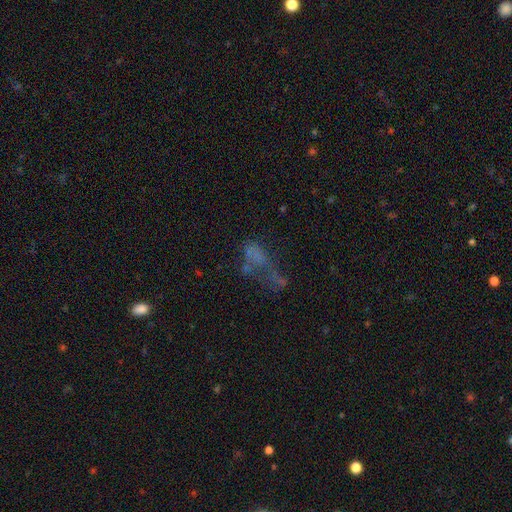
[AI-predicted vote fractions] Smooth or featured?
  - smooth: 41% *
  - featured or disk: 34%
  - star or artifact: 25%
Merging?
  - major disturbance: 35% *
  - none: 26%
  - merger: 25%
  - minor disturbance: 14%